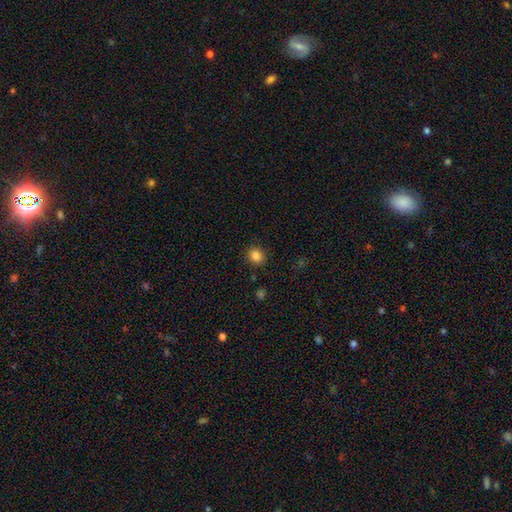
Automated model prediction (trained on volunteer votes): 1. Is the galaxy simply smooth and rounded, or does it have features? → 85% smooth, 11% star or artifact, 4% featured or disk.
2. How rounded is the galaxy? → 74% round, 25% in between, 1% cigar-shaped.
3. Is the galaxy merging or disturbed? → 88% none, 8% minor disturbance, 2% major disturbance, 2% merger.